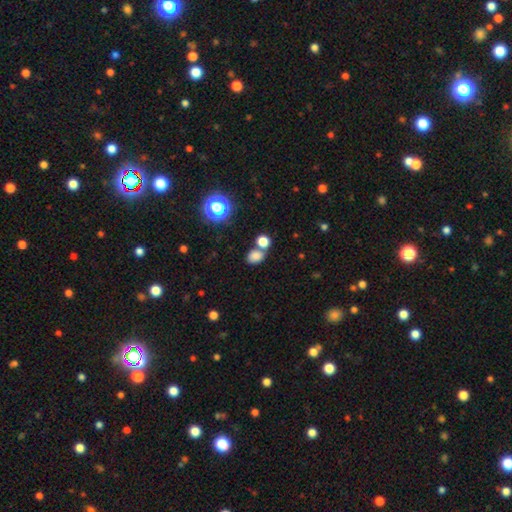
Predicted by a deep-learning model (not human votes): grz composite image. It shows a smooth galaxy with no disk features (79%) that is in between round and cigar-shaped (60%). Merging: none (54%).